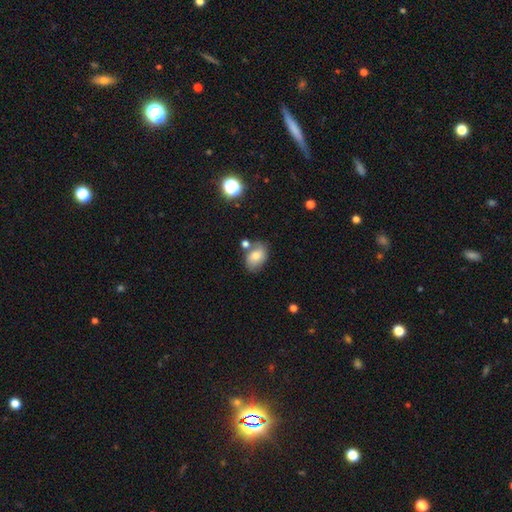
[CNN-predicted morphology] A smooth galaxy with no disk features (65%) that is in between round and cigar-shaped (80%).

Vote fractions:
- Smooth or featured? smooth: 65% / featured or disk: 25% / star or artifact: 10%
- How rounded? in between: 80% / round: 19% / cigar-shaped: 1%
- Merging? none: 58% / minor disturbance: 21% / merger: 15% / major disturbance: 6%